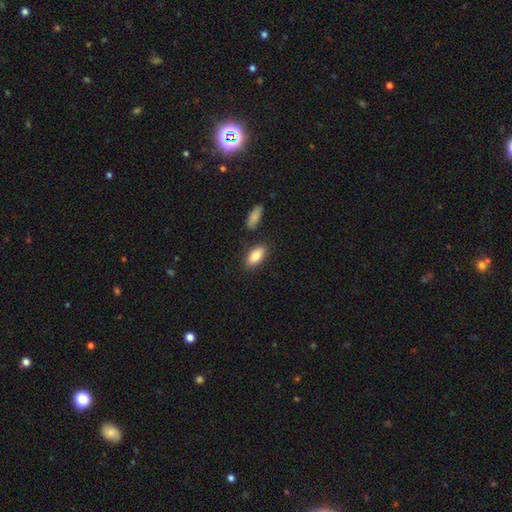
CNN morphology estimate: Smooth or featured? smooth (83%)
How rounded? in between (87%)
Merging? none (82%)